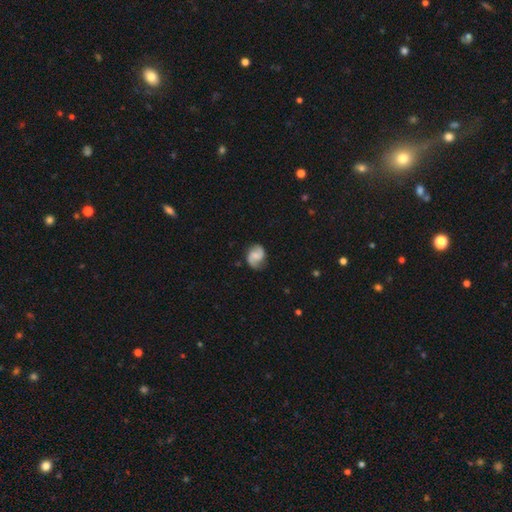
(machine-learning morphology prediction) Smooth or featured: featured or disk — 72% (smooth — 22%)
Edge-on disk: no — 98% (yes — 2%)
Bar: no — 48% (weak — 43%)
Spiral arms: yes — 95% (no — 5%)
Spiral winding: medium — 45% (loose — 36%)
Spiral arm count: 2 — 90% (can't tell — 4%)
Bulge size: small — 42% (moderate — 29%)
Merging: none — 77% (minor disturbance — 17%)